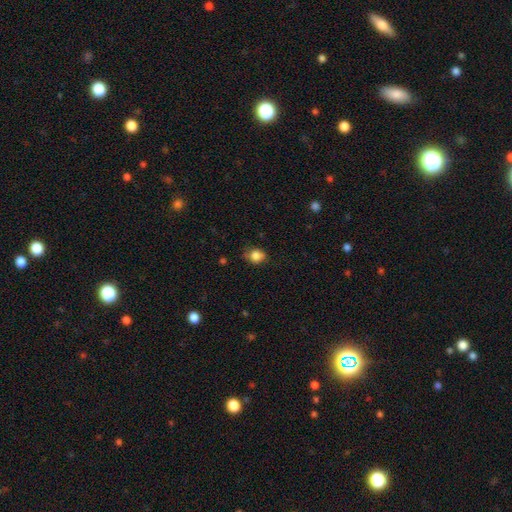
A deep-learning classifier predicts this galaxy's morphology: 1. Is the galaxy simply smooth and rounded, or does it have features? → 82% smooth, 10% star or artifact, 8% featured or disk.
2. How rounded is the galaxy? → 56% round, 43% in between, 1% cigar-shaped.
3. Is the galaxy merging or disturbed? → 65% none, 27% minor disturbance, 6% major disturbance, 2% merger.